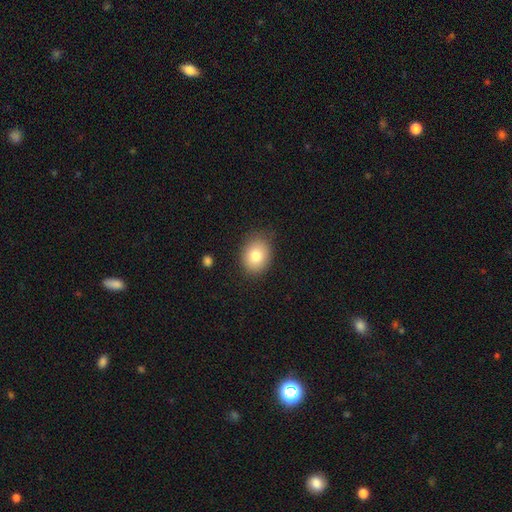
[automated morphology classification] smooth 80%, featured or disk 10%, star or artifact 9%. Down the decision tree: how rounded — in between (53%); merging — none (81%).